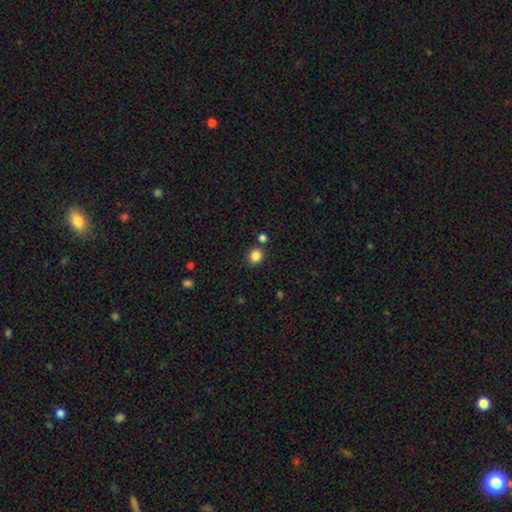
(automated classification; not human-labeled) smooth 85%, star or artifact 11%, featured or disk 4%. Down the decision tree: how rounded — round (71%); merging — none (79%).